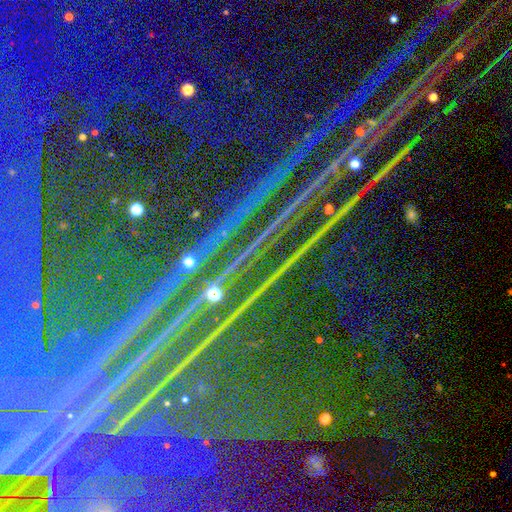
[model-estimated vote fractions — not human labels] This is clearly a star or artifact rather than a galaxy (89%).